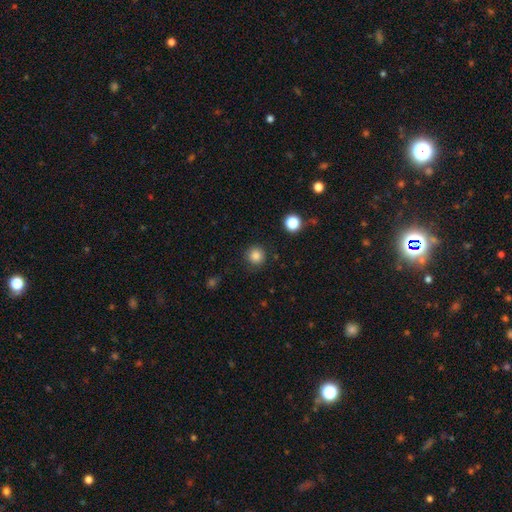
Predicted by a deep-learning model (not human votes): Smooth or featured?
  - smooth: 84% *
  - star or artifact: 12%
  - featured or disk: 4%
How rounded?
  - round: 95% *
  - in between: 4%
  - cigar-shaped: 1%
Merging?
  - none: 88% *
  - minor disturbance: 7%
  - major disturbance: 3%
  - merger: 2%